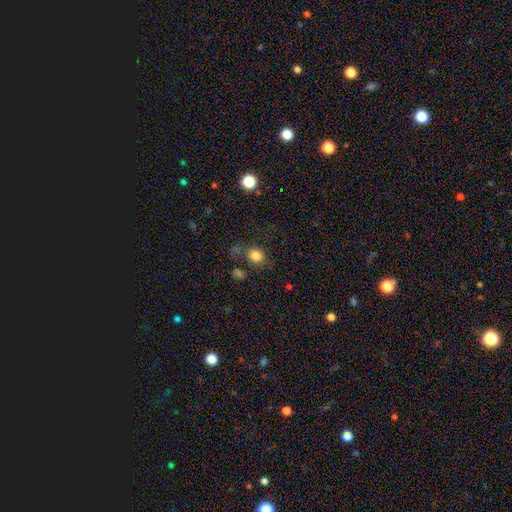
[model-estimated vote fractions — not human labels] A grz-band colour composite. It shows a smooth galaxy with no disk features (82%) that is round (56%). Merging: none (73%).